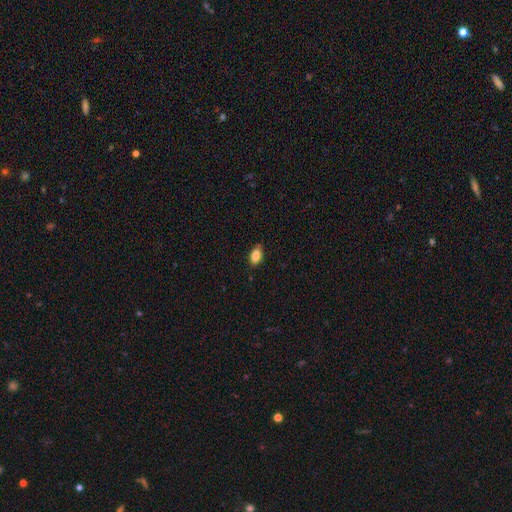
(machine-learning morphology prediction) The model was most divided on "merging": none: 84%, minor disturbance: 13%, major disturbance: 2%, merger: 1%. More confident: how rounded — in between (89%); smooth or featured — smooth (85%).